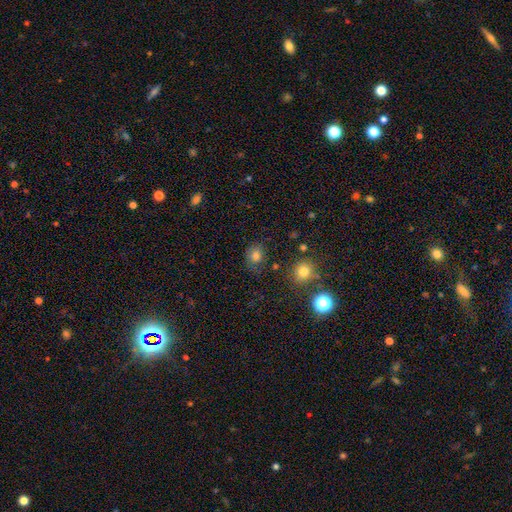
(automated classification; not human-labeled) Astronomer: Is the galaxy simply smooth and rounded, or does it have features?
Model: smooth — 78%.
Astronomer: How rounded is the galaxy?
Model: round — 67%.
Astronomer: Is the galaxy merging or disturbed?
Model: none — 73%.